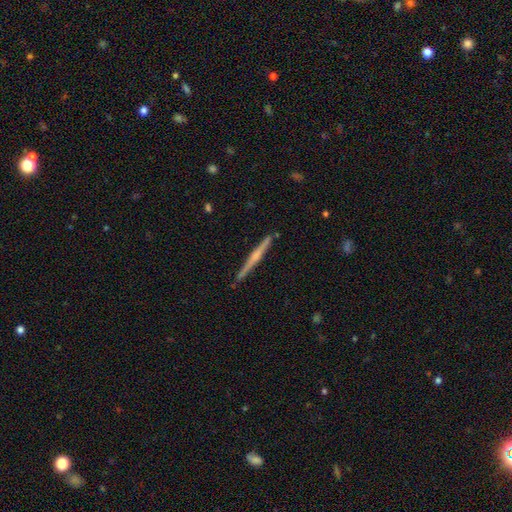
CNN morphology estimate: Smooth or featured?
  - featured or disk: 70% *
  - smooth: 25%
  - star or artifact: 5%
Edge-on disk?
  - yes: 98% *
  - no: 2%
Edge-on bulge?
  - rounded: 59% *
  - none: 29%
  - boxy: 12%
Merging?
  - none: 90% *
  - minor disturbance: 7%
  - merger: 1%
  - major disturbance: 1%